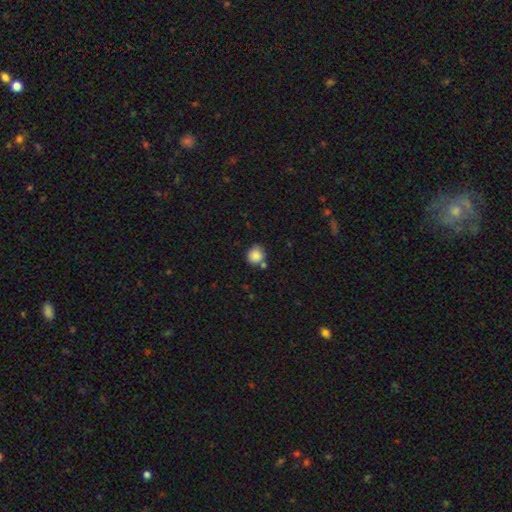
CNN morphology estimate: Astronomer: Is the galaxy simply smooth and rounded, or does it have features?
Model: smooth — 86%.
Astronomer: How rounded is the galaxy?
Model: round — 86%.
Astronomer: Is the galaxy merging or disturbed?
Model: none — 69%.